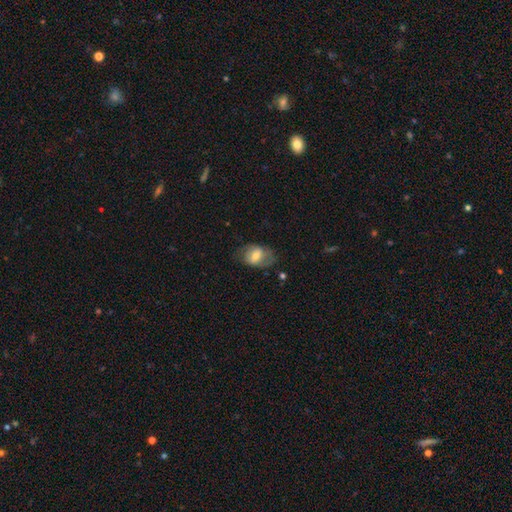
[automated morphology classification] Overall: smooth (58%; featured or disk 35%). How rounded: in between (80%). Merging: none (62%; minor disturbance 24%).